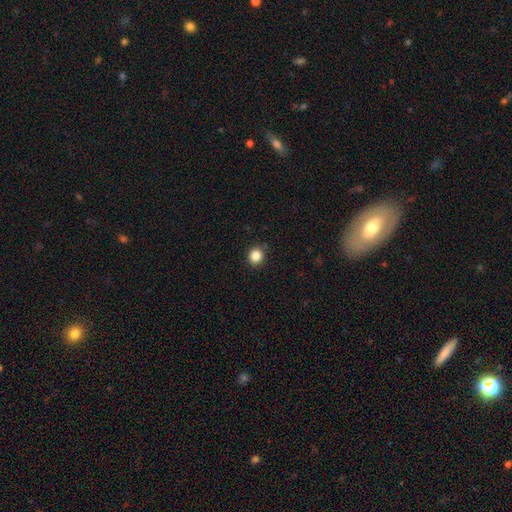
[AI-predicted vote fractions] Smooth or featured? smooth (85%)
How rounded? round (87%)
Merging? none (89%)